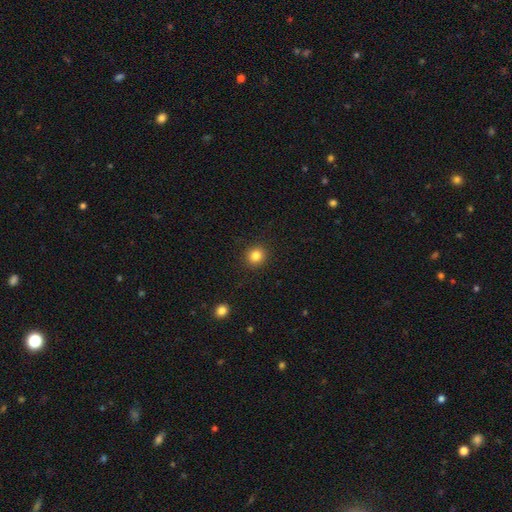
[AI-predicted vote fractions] This appears to be a smooth galaxy with no disk features (83%) that is round (89%). Merging: none (91%).